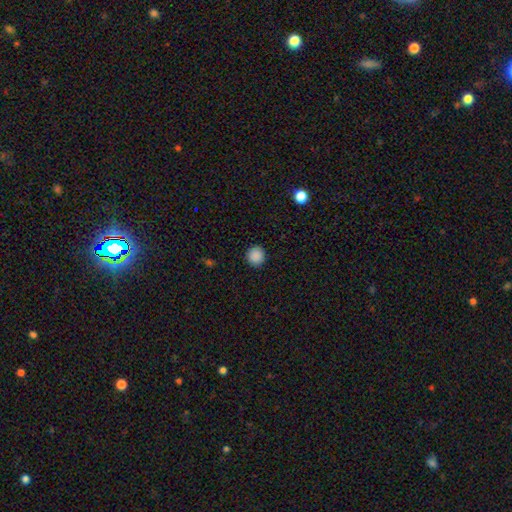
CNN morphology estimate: A smooth galaxy with no disk features (89%) that is round (93%). Merging: none (92%).